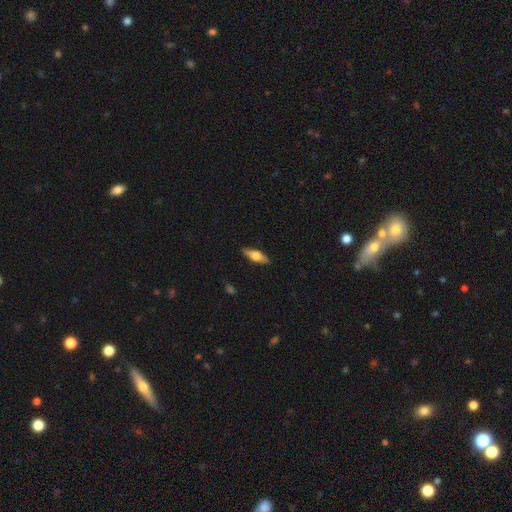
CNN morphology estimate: type=smooth (50%); roundness=in between (52%); merging=none (89%).